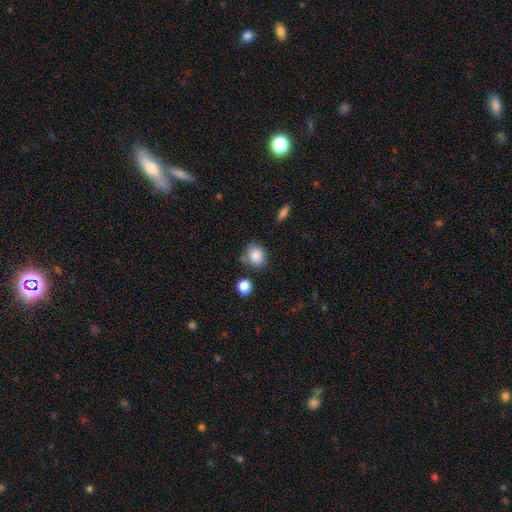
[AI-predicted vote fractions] smooth 85%, star or artifact 9%, featured or disk 6%. Down the decision tree: how rounded — round (73%); merging — none (66%).